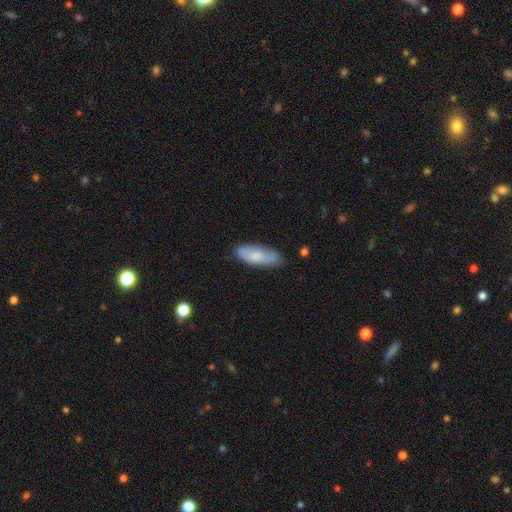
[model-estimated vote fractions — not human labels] Smooth or featured?
  - smooth: 74% *
  - featured or disk: 20%
  - star or artifact: 6%
How rounded?
  - in between: 70% *
  - cigar-shaped: 28%
  - round: 2%
Merging?
  - none: 74% *
  - minor disturbance: 21%
  - major disturbance: 4%
  - merger: 2%